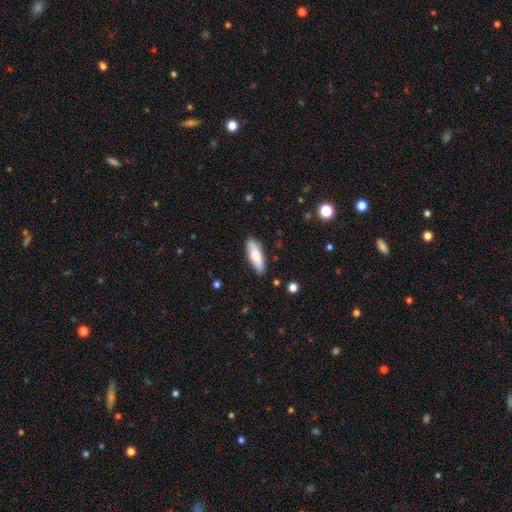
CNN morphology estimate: Overall: smooth (82%). How rounded: in between (58%; cigar-shaped 41%). Merging: none (82%).